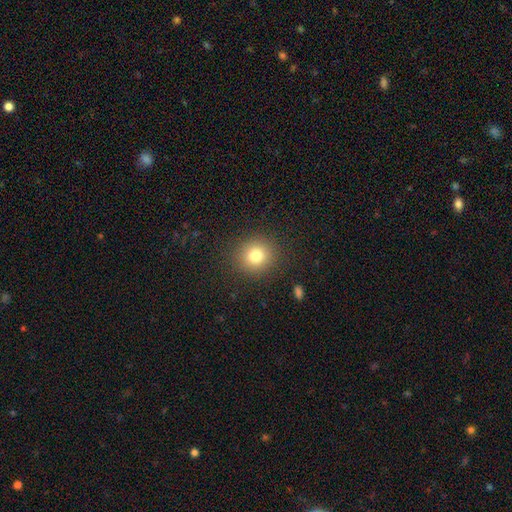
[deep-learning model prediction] Morphology: type=smooth (79%); roundness=round (85%); merging=none (89%).